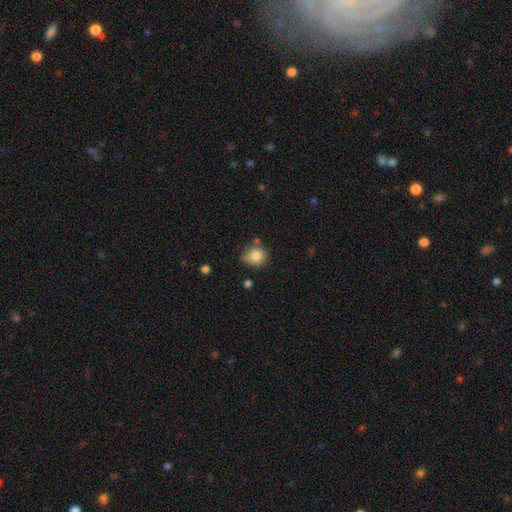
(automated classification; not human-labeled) The model was most divided on "merging": none: 56%, minor disturbance: 29%, merger: 8%, major disturbance: 7%. More confident: smooth or featured — smooth (82%); how rounded — round (80%).